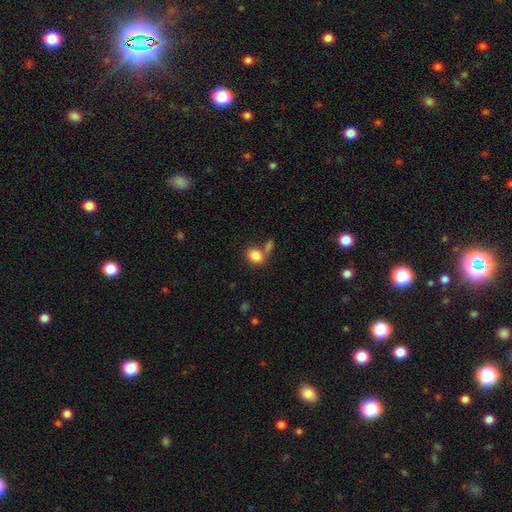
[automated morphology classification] smooth_or_featured: smooth (p=0.84) [alt: star or artifact p=0.09]
how_rounded: in between (p=0.67) [alt: round p=0.32]
merging: none (p=0.52) [alt: merger p=0.30]